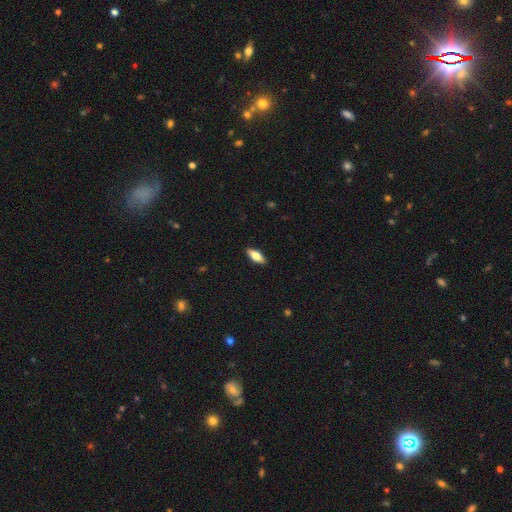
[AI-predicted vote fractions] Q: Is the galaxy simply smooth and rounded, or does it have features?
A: smooth — 66%.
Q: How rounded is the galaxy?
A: in between — 72%.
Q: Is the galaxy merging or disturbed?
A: none — 89%.